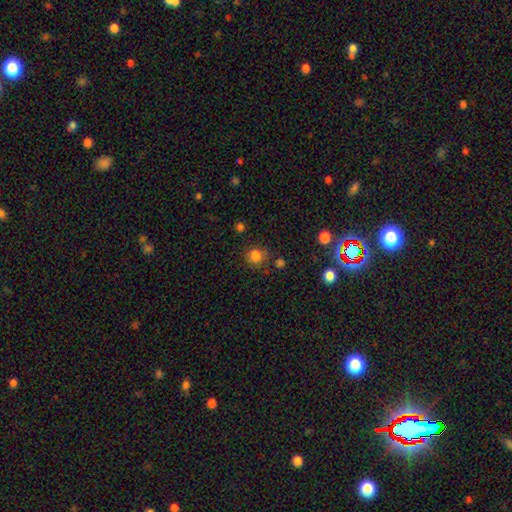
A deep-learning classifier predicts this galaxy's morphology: This is likely a smooth galaxy (80%). How rounded: likely round (80%). Merging: likely none (74%).